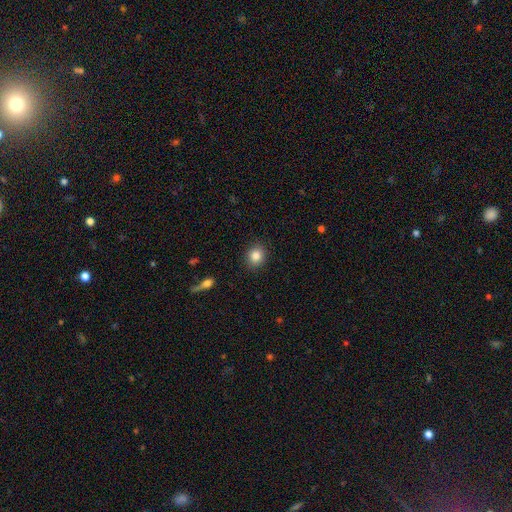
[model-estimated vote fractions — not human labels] This appears to be a smooth galaxy with no disk features (84%) that is round (75%). Merging: none (90%).